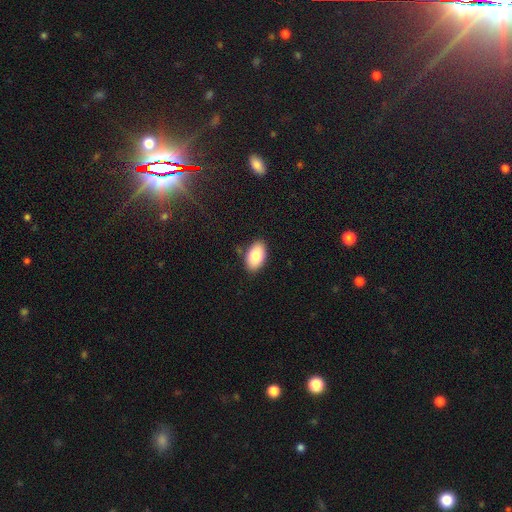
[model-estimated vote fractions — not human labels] Q: Smooth or featured?
A: smooth (80%); runner-up: featured or disk (12%)
Q: How rounded?
A: in between (93%); runner-up: round (5%)
Q: Merging?
A: none (86%); runner-up: minor disturbance (10%)